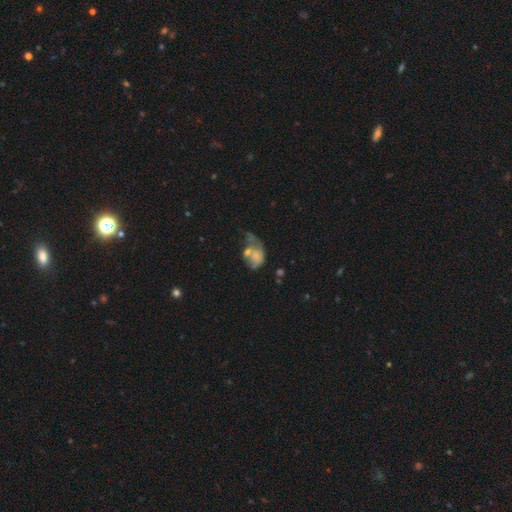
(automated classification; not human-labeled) Smooth or featured?
  - smooth: 51% *
  - featured or disk: 39%
  - star or artifact: 11%
How rounded?
  - in between: 75% *
  - round: 23%
  - cigar-shaped: 2%
Merging?
  - major disturbance: 36% *
  - merger: 30%
  - minor disturbance: 17%
  - none: 17%